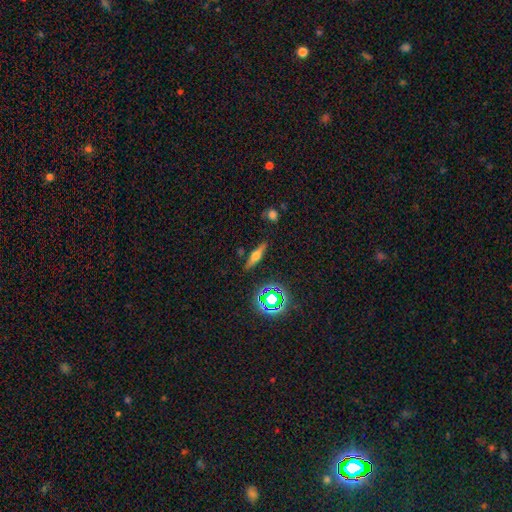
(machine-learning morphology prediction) Q: Smooth or featured?
A: featured or disk (49%); runner-up: smooth (37%)
Q: Merging?
A: none (85%); runner-up: minor disturbance (10%)